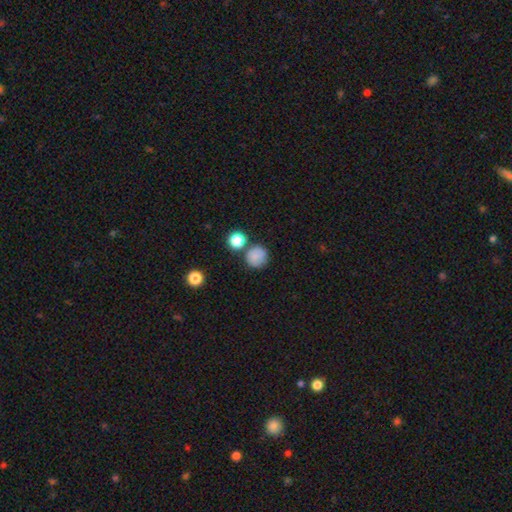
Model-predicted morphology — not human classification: Smooth or featured? Predicted: smooth (p=0.82). How rounded? Predicted: round (p=0.92). Merging? Predicted: none (p=0.74).